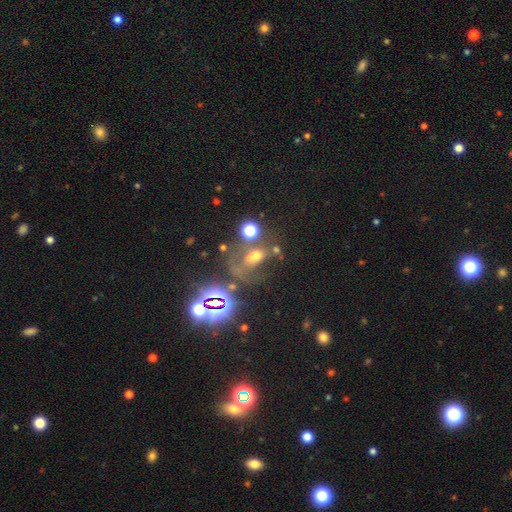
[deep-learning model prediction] The model was most divided on "merging": merger: 34%, none: 32%, major disturbance: 21%, minor disturbance: 14%. Remaining: smooth or featured — smooth (43%).